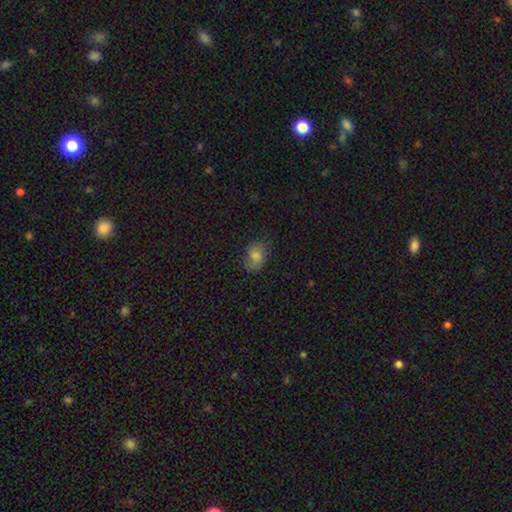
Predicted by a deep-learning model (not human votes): A smooth galaxy with no disk features (74%) that is in between round and cigar-shaped (68%). Merging: none (71%).